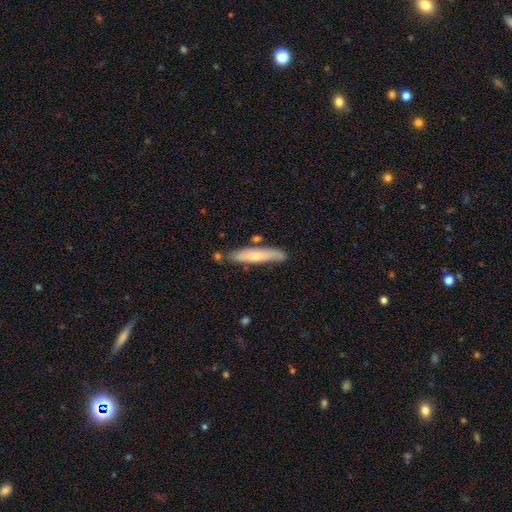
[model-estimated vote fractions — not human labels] A smooth galaxy with no disk features (62%) that is cigar-shaped (86%). Merging: none (72%).